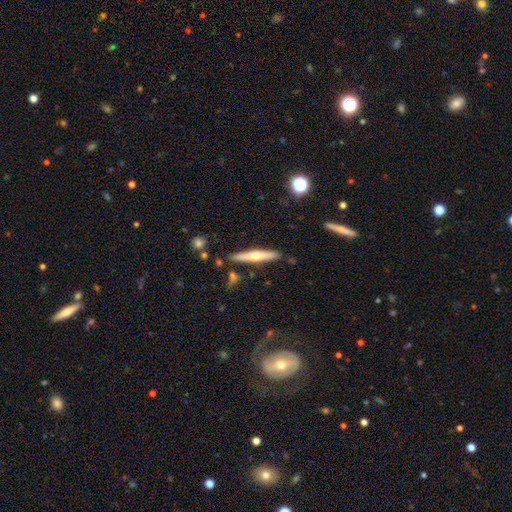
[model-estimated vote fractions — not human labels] This appears to be a featured or disk galaxy (53%) viewed edge-on (94%). Merging: none (87%).